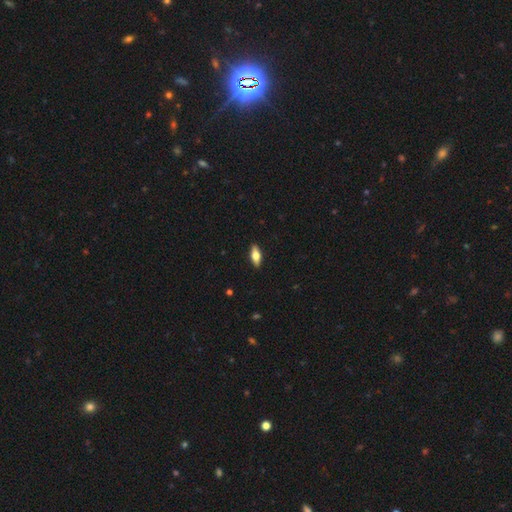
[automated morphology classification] Overall: smooth (61%; featured or disk 32%). How rounded: in between (73%). Merging: none (90%).